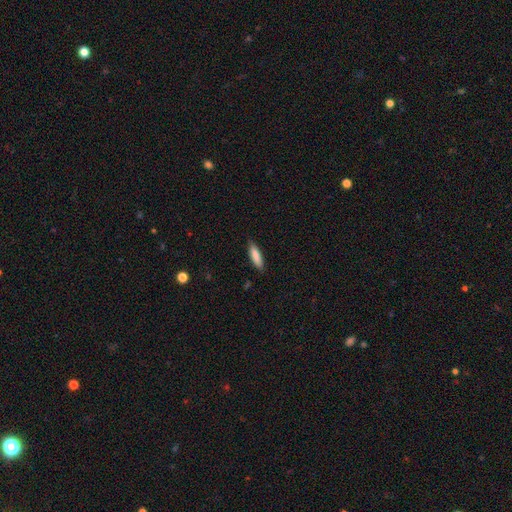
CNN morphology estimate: smooth-or-featured: smooth: 85% | featured or disk: 9% | star or artifact: 6%
  how-rounded: cigar-shaped: 64% | in between: 34% | round: 1%
  merging: none: 86% | minor disturbance: 11% | major disturbance: 2% | merger: 1%